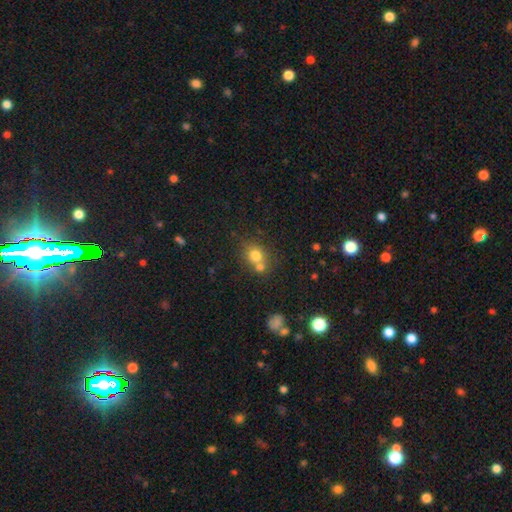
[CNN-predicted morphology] type=smooth (76%); roundness=round (73%); merging=none (45%).